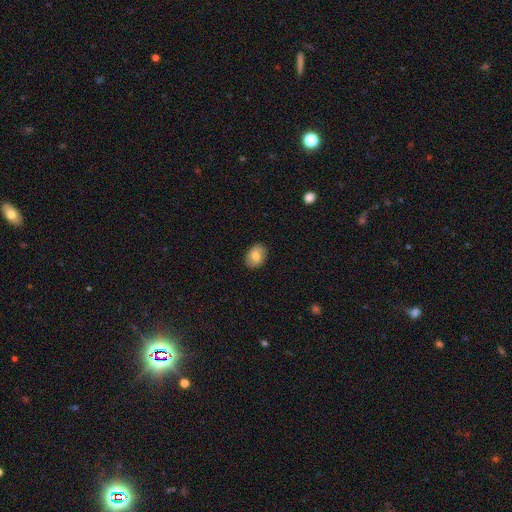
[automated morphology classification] A smooth galaxy with no disk features (76%) that is in between round and cigar-shaped (73%). Merging: none (87%).